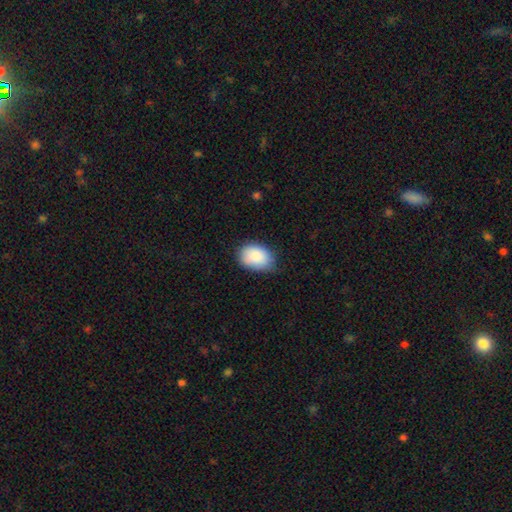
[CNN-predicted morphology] Smooth or featured? Predicted: smooth (p=0.88). How rounded? Predicted: in between (p=0.78). Merging? Predicted: none (p=0.65).